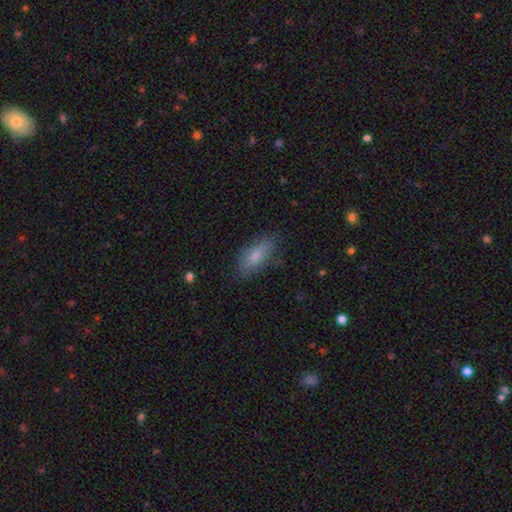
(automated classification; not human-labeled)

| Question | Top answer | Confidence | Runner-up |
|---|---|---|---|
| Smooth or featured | smooth | 73% | featured or disk (20%) |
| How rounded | in between | 69% | cigar-shaped (28%) |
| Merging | none | 77% | minor disturbance (17%) |